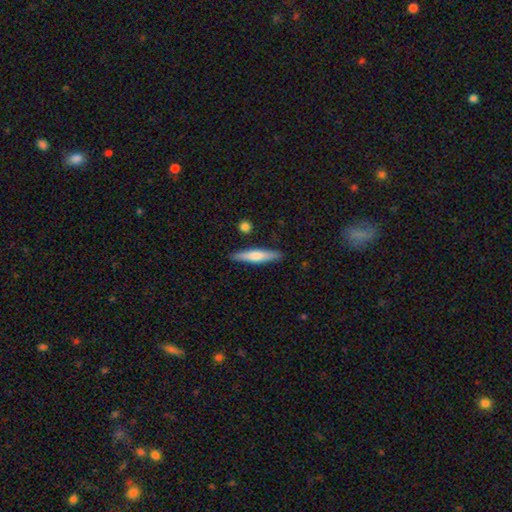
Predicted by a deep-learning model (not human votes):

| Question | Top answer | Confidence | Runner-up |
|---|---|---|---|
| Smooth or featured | smooth | 58% | featured or disk (36%) |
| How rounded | cigar-shaped | 87% | in between (11%) |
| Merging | none | 88% | minor disturbance (8%) |